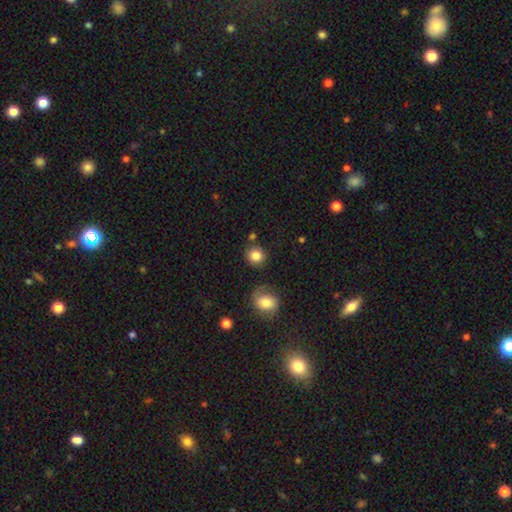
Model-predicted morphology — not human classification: Smooth or featured? smooth (84%)
How rounded? round (88%)
Merging? none (78%)